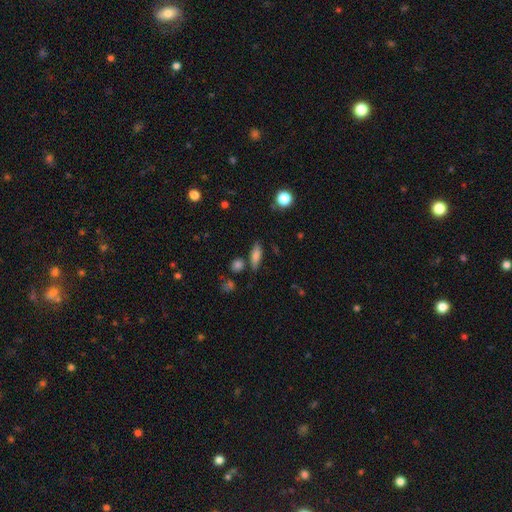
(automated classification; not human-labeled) Q: Smooth or featured?
A: smooth (76%); runner-up: featured or disk (15%)
Q: How rounded?
A: in between (57%); runner-up: cigar-shaped (39%)
Q: Merging?
A: none (74%); runner-up: minor disturbance (16%)